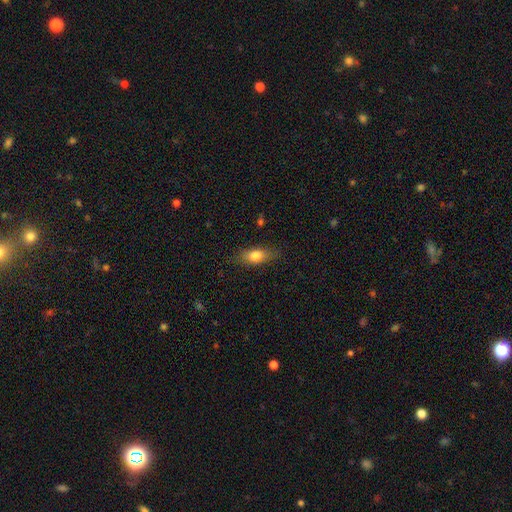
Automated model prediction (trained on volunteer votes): This is likely a smooth galaxy (75%). How rounded: likely in between (74%). Merging: likely none (80%).